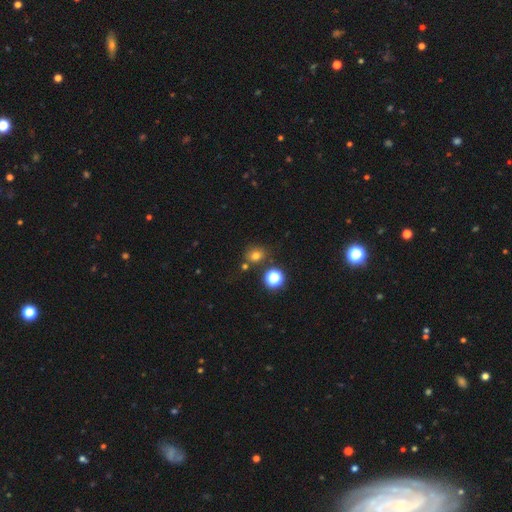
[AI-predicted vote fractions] Morphology: type=smooth (71%); roundness=round (69%); merging=none (75%).